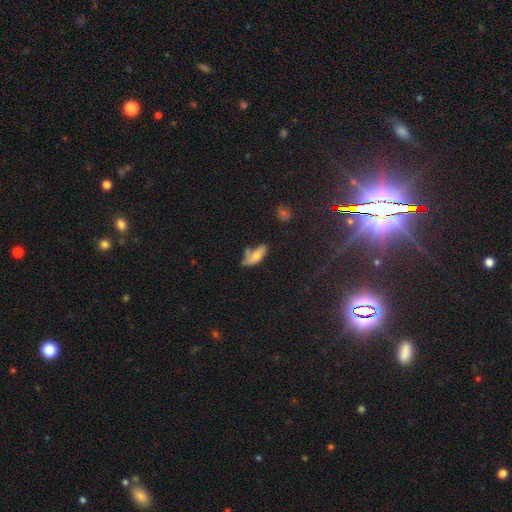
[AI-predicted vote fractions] This is likely a smooth galaxy (63%). How rounded: likely in between (80%). Merging: marginally none (35%).